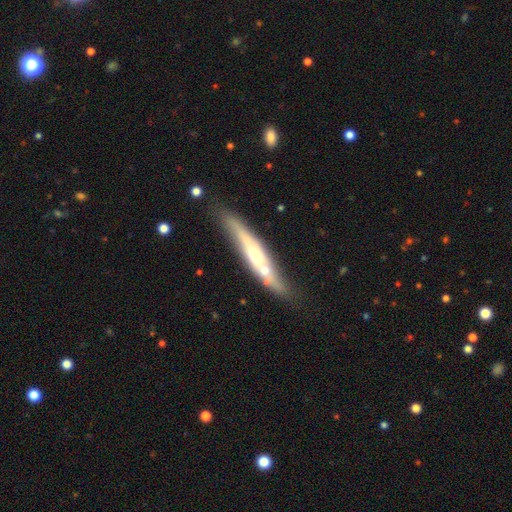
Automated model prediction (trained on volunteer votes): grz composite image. It shows a featured or disk galaxy (61%) viewed edge-on (78%). Merging: none (65%).